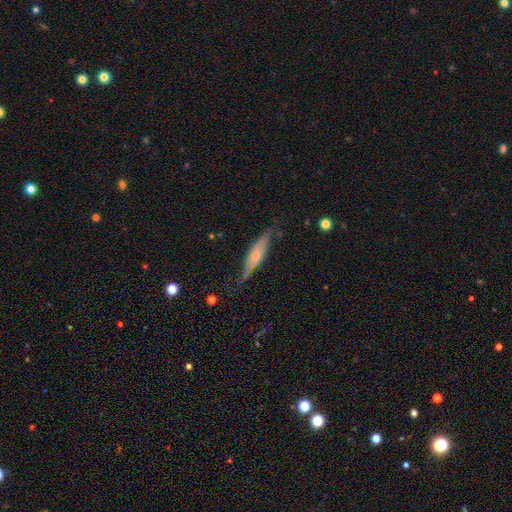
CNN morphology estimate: A featured or disk galaxy (63%) viewed edge-on (70%).

Vote fractions:
- Smooth or featured? featured or disk: 63% / smooth: 30% / star or artifact: 7%
- Edge-on disk? yes: 70% / no: 30%
- Merging? none: 60% / minor disturbance: 28% / major disturbance: 10% / merger: 2%